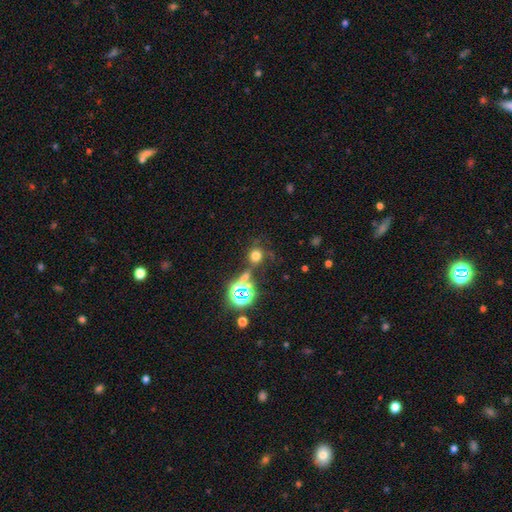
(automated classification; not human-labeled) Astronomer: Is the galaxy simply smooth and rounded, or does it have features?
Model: smooth — 61%.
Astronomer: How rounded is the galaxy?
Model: round — 86%.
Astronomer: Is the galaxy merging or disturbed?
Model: none — 64%.